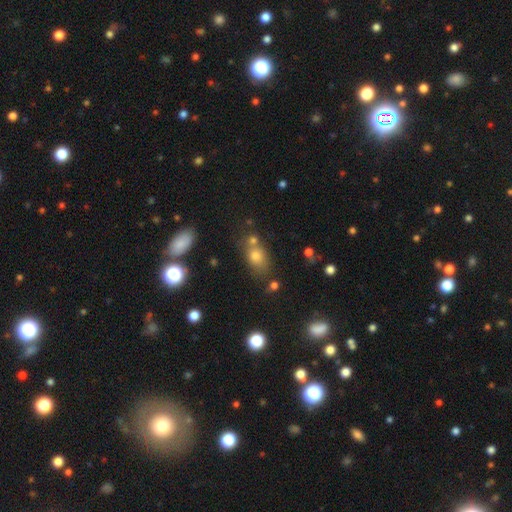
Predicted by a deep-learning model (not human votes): smooth-or-featured: smooth: 71% | star or artifact: 17% | featured or disk: 12%
  how-rounded: in between: 67% | round: 29% | cigar-shaped: 3%
  merging: none: 59% | merger: 20% | minor disturbance: 15% | major disturbance: 6%